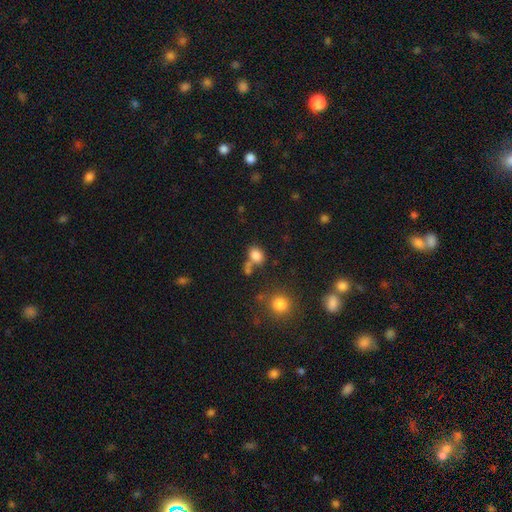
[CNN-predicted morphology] This is clearly a smooth galaxy (82%). How rounded: likely in between (67%). Merging: possibly none (52%).